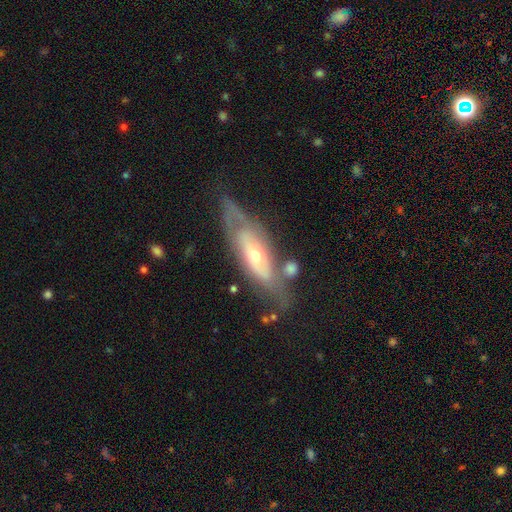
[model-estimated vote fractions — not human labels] The model was most divided on "bulge size": small: 52%, moderate: 44%, large: 2%, none: 1%, dominant: 1%. More confident: edge-on disk — no (76%); smooth or featured — featured or disk (73%); bar — no (70%); spiral arms — yes (61%); merging — none (57%).